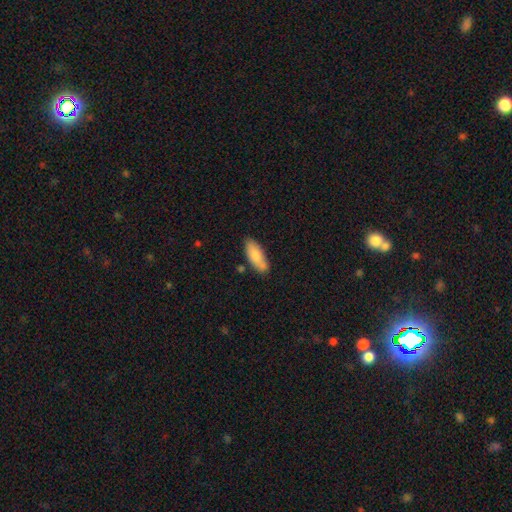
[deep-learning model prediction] Overall: smooth (80%). How rounded: in between (75%). Merging: none (75%).